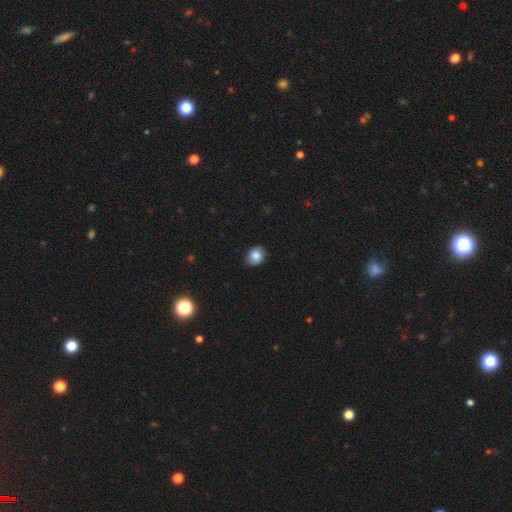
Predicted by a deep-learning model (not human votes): Smooth or featured: smooth — 80% (featured or disk — 11%)
How rounded: in between — 50% (round — 49%)
Merging: none — 85% (minor disturbance — 12%)